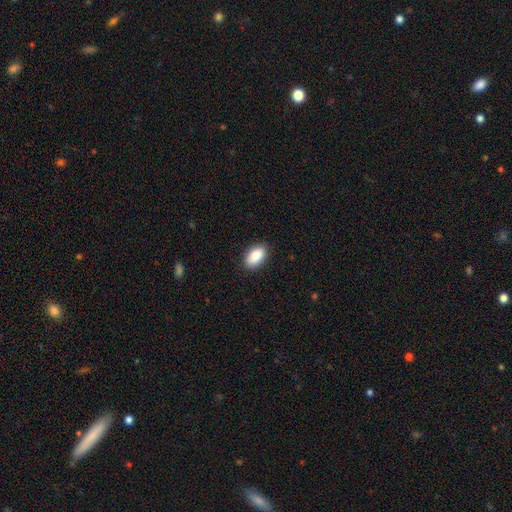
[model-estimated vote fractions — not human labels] The model was most divided on "merging": none: 87%, minor disturbance: 10%, major disturbance: 2%, merger: 1%. More confident: how rounded — in between (93%); smooth or featured — smooth (89%).